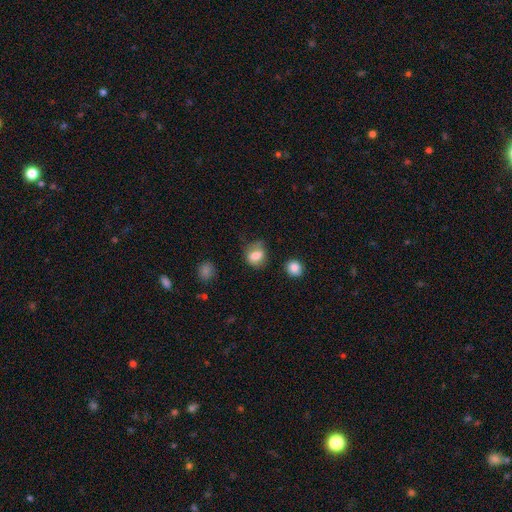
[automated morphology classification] Smooth or featured?
  - smooth: 75% *
  - featured or disk: 16%
  - star or artifact: 10%
How rounded?
  - round: 53% *
  - in between: 45%
  - cigar-shaped: 2%
Merging?
  - none: 63% *
  - minor disturbance: 24%
  - major disturbance: 9%
  - merger: 4%